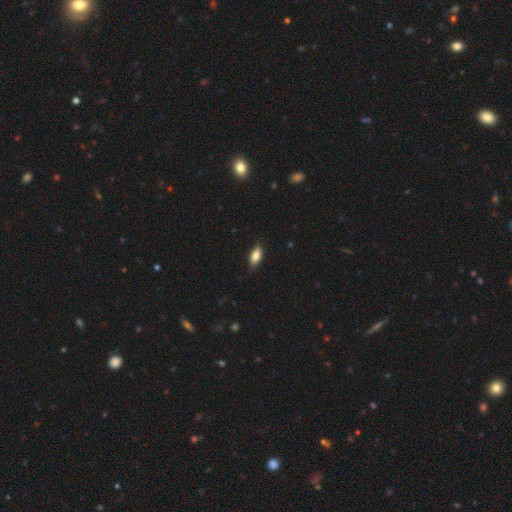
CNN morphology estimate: Smooth or featured: smooth — 82% (featured or disk — 10%)
How rounded: in between — 87% (cigar-shaped — 9%)
Merging: none — 81% (minor disturbance — 15%)